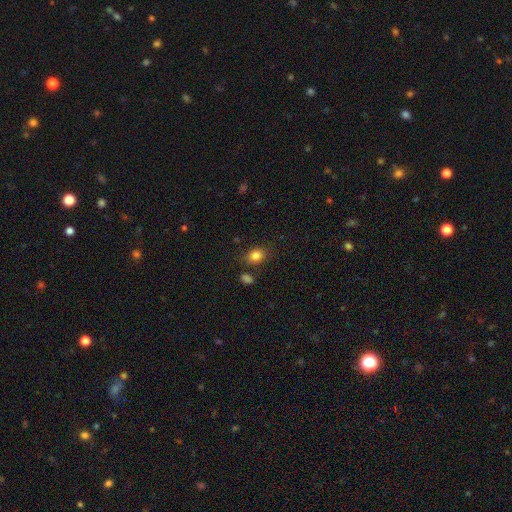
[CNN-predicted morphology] smooth_or_featured: smooth (p=0.83) [alt: star or artifact p=0.11]
how_rounded: in between (p=0.61) [alt: round p=0.38]
merging: none (p=0.75) [alt: minor disturbance p=0.15]